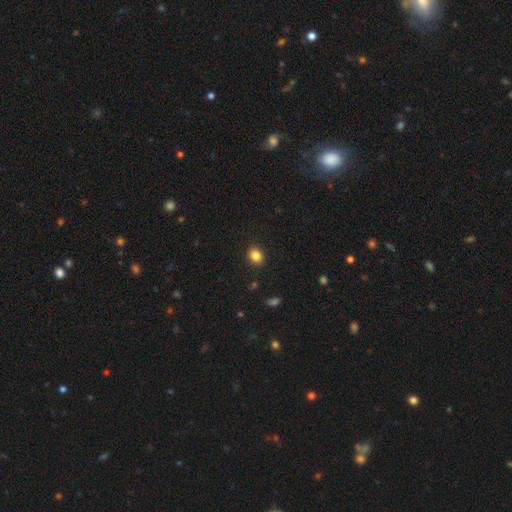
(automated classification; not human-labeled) This appears to be a smooth galaxy with no disk features (85%) that is in between round and cigar-shaped (50%). Merging: none (89%).